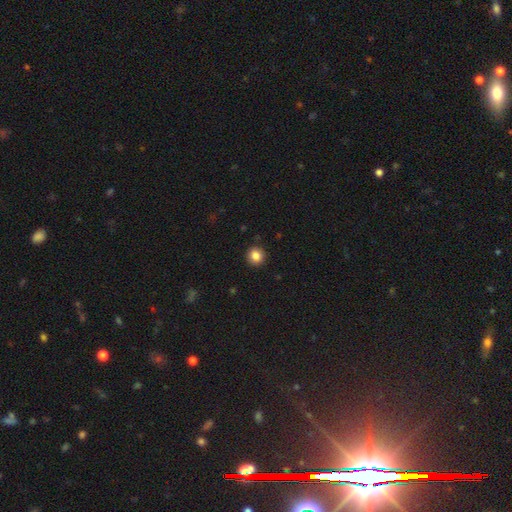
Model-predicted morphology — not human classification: The model was most divided on "smooth or featured": smooth: 85%, star or artifact: 10%, featured or disk: 4%. More confident: merging — none (92%); how rounded — round (90%).